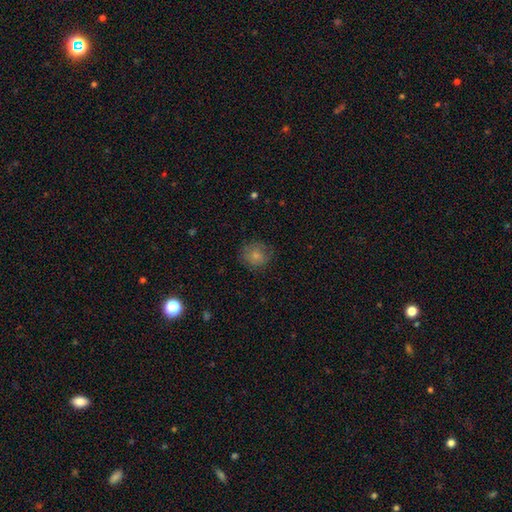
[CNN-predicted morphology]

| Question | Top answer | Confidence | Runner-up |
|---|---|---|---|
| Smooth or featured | smooth | 79% | featured or disk (12%) |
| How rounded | round | 86% | in between (13%) |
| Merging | none | 77% | minor disturbance (17%) |